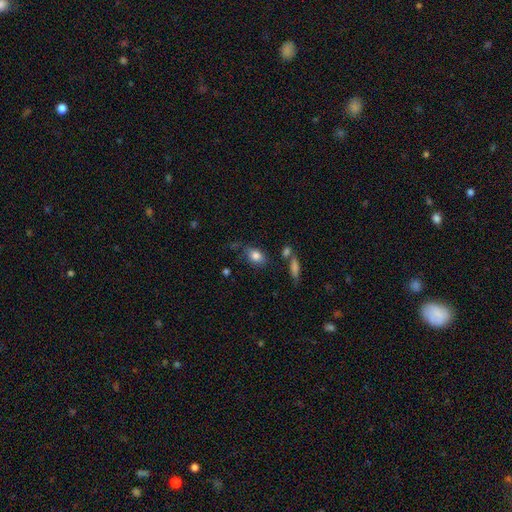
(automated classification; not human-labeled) smooth_or_featured: smooth (p=0.82) [alt: featured or disk p=0.09]
how_rounded: in between (p=0.75) [alt: round p=0.23]
merging: none (p=0.64) [alt: minor disturbance p=0.22]